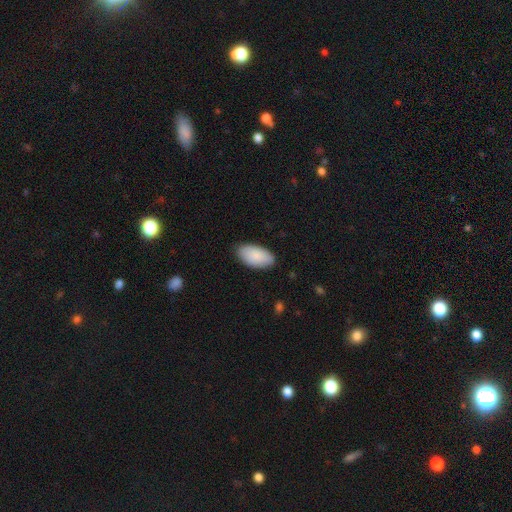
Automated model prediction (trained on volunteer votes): This appears to be a smooth galaxy with no disk features (88%) that is in between round and cigar-shaped (95%). Merging: none (86%).